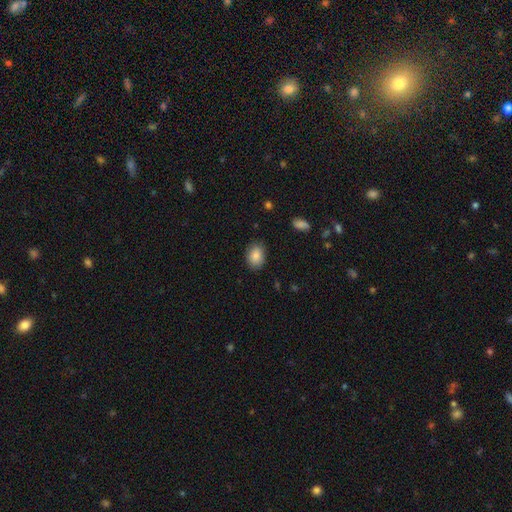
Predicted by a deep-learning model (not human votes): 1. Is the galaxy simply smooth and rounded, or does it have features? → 87% smooth, 8% star or artifact, 5% featured or disk.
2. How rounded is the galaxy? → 75% in between, 24% round, 1% cigar-shaped.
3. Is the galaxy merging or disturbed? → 85% none, 12% minor disturbance, 3% major disturbance, 1% merger.